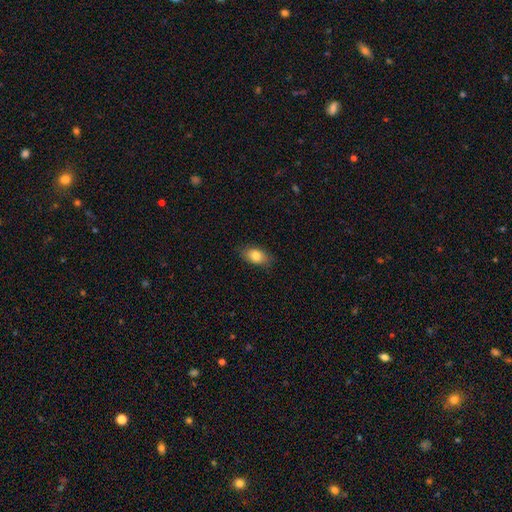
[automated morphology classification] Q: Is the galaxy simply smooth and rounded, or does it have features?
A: smooth — 82%.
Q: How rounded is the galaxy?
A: in between — 87%.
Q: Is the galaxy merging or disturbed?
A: none — 82%.